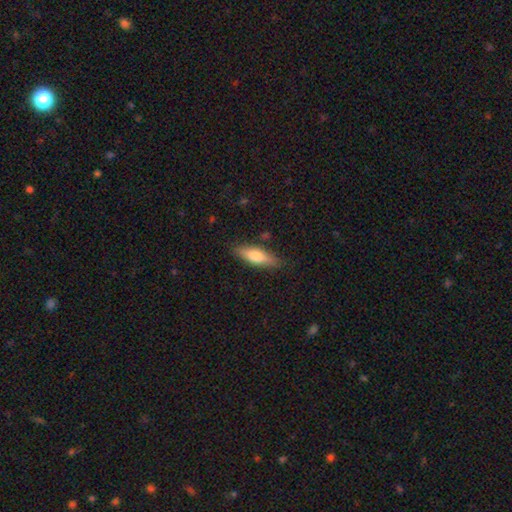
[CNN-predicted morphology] Smooth or featured: smooth — 69% (featured or disk — 25%)
How rounded: cigar-shaped — 52% (in between — 46%)
Merging: none — 83% (minor disturbance — 13%)